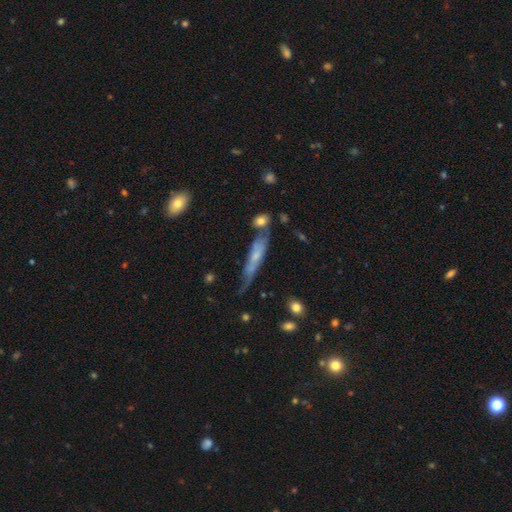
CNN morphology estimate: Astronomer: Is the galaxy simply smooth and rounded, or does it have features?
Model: featured or disk — 47% (runner-up: smooth, 45%).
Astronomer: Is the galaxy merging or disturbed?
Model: none — 45% (runner-up: minor disturbance, 29%).